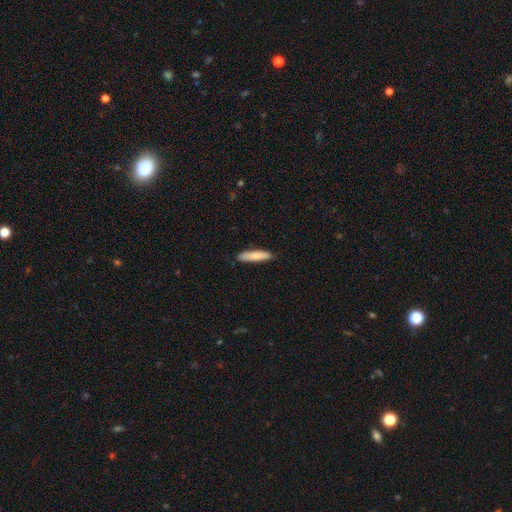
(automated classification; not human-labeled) This is clearly a smooth galaxy (82%). How rounded: clearly cigar-shaped (83%). Merging: clearly none (88%).